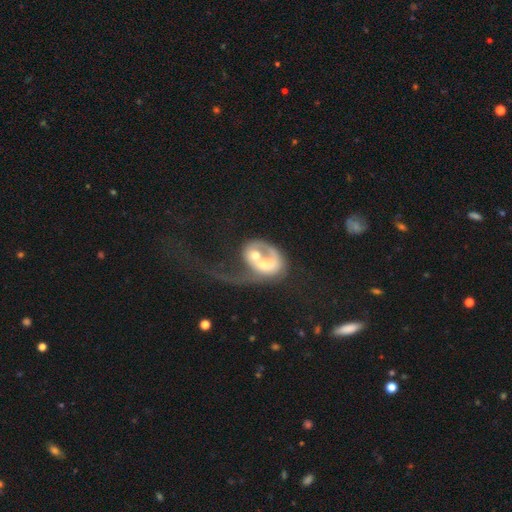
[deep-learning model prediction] featured or disk 57%, smooth 36%, star or artifact 7%. Down the decision tree: edge-on disk — no (97%); bar — no (77%); spiral arms — no (51%); bulge size — moderate (55%); merging — merger (56%).